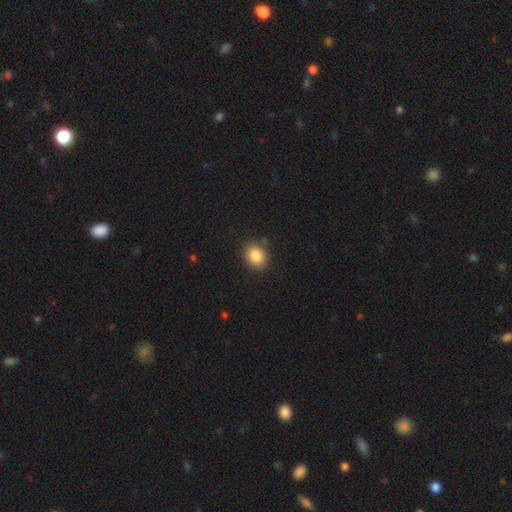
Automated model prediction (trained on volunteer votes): smooth-or-featured: smooth: 86% | star or artifact: 9% | featured or disk: 5%
  how-rounded: round: 52% | in between: 47% | cigar-shaped: 1%
  merging: none: 86% | minor disturbance: 10% | major disturbance: 2% | merger: 2%